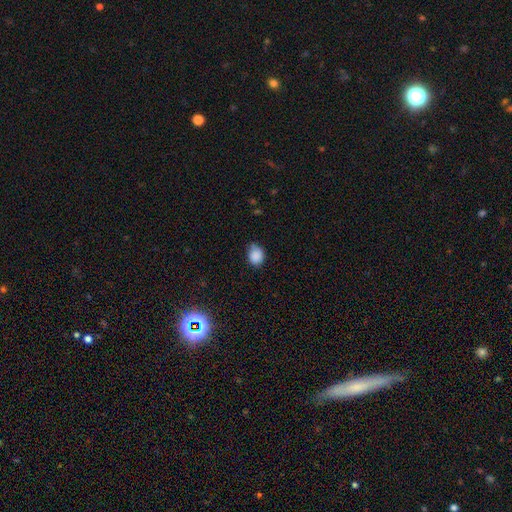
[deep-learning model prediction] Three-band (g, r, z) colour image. It shows a smooth galaxy with no disk features (87%) that is round (60%). Merging: none (57%).